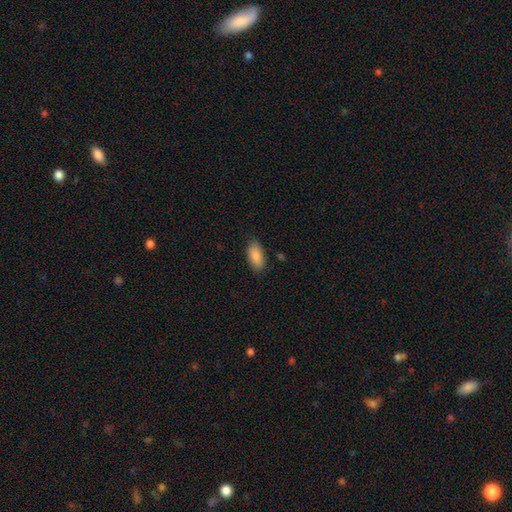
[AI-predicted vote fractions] smooth_or_featured: smooth (p=0.89) [alt: star or artifact p=0.06]
how_rounded: in between (p=0.91) [alt: cigar-shaped p=0.07]
merging: none (p=0.85) [alt: minor disturbance p=0.11]